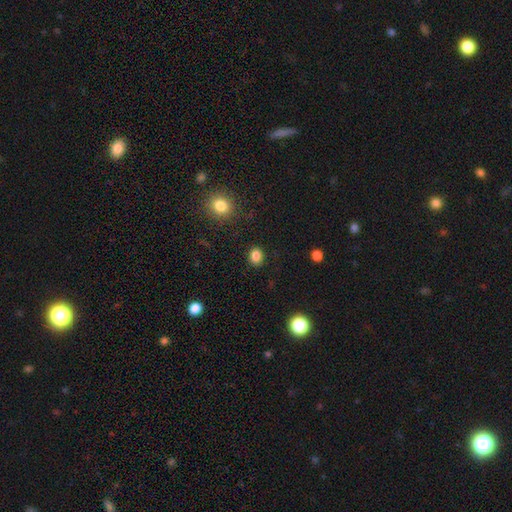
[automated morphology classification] Smooth or featured? smooth (84%)
How rounded? round (63%)
Merging? none (89%)